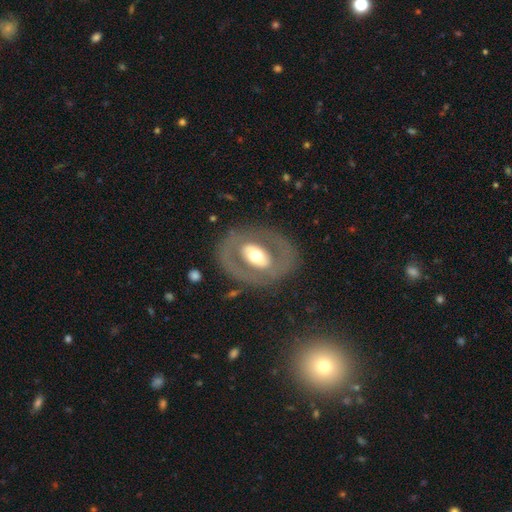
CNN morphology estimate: Smooth or featured? Predicted: featured or disk (p=0.60). Edge-on disk? Predicted: no (p=0.92). Bar? Predicted: no (p=0.57). Spiral arms? Predicted: no (p=0.82). Bulge size? Predicted: moderate (p=0.59). Merging? Predicted: none (p=0.76).